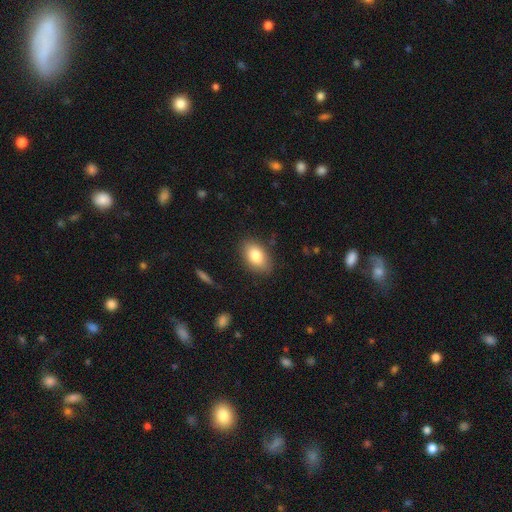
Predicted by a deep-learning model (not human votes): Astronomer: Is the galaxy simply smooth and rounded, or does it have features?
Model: smooth — 81%.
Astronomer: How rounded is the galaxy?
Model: in between — 90%.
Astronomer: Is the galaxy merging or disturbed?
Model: none — 85%.